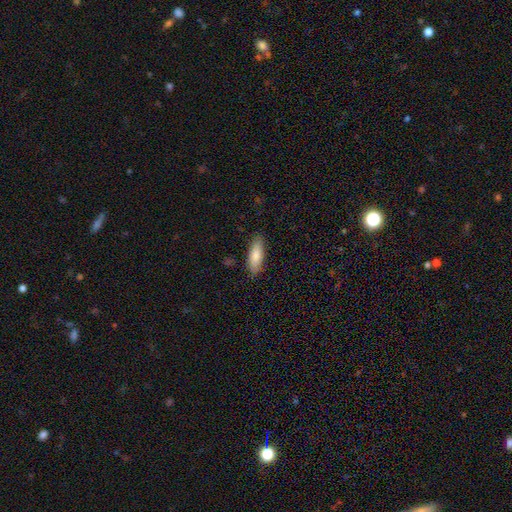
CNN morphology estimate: The model was most divided on "how rounded": in between: 57%, cigar-shaped: 42%, round: 2%. More confident: merging — none (86%); smooth or featured — smooth (82%).